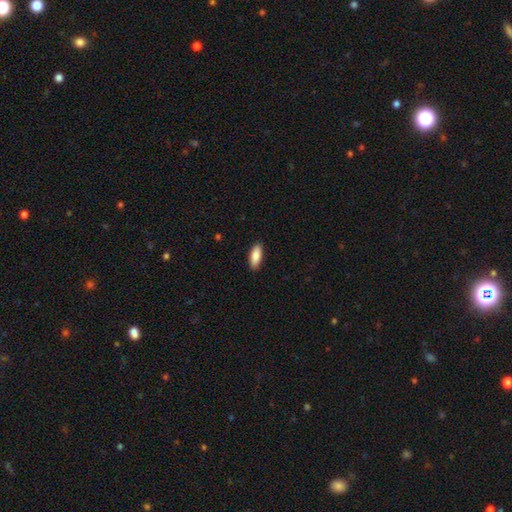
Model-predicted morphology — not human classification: smooth_or_featured: smooth (p=0.88) [alt: featured or disk p=0.07]
how_rounded: in between (p=0.77) [alt: cigar-shaped p=0.21]
merging: none (p=0.89) [alt: minor disturbance p=0.09]